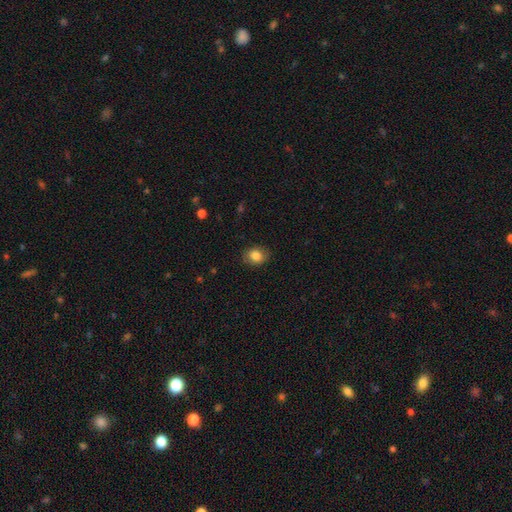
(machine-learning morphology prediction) This appears to be a smooth galaxy with no disk features (84%) that is round (51%). Merging: none (83%).